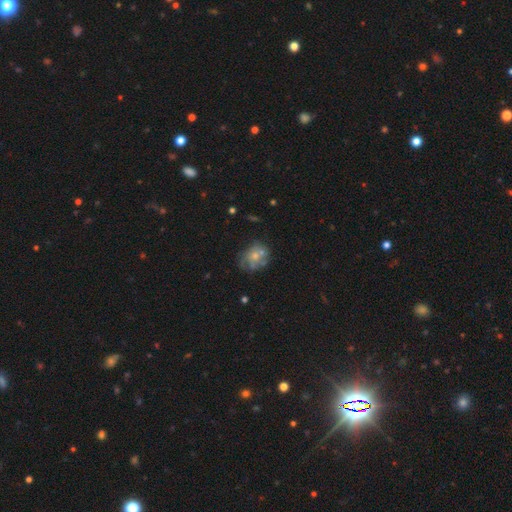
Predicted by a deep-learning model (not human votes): Smooth or featured: featured or disk — 49% (smooth — 41%)
Merging: none — 50% (minor disturbance — 23%)